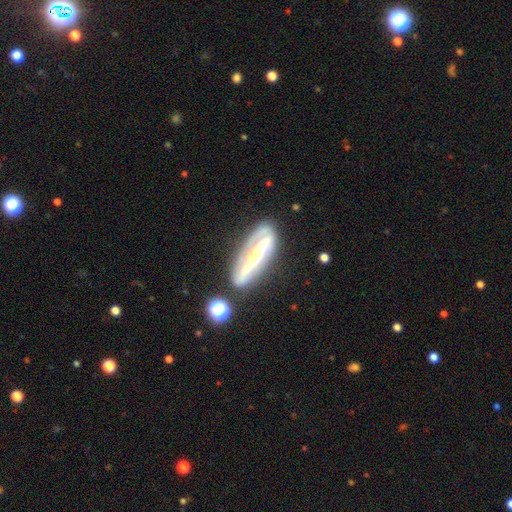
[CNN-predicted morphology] smooth_or_featured: featured or disk (p=0.76) [alt: smooth p=0.17]
disk_edge_on: no (p=0.61) [alt: yes p=0.39]
merging: none (p=0.66) [alt: minor disturbance p=0.18]